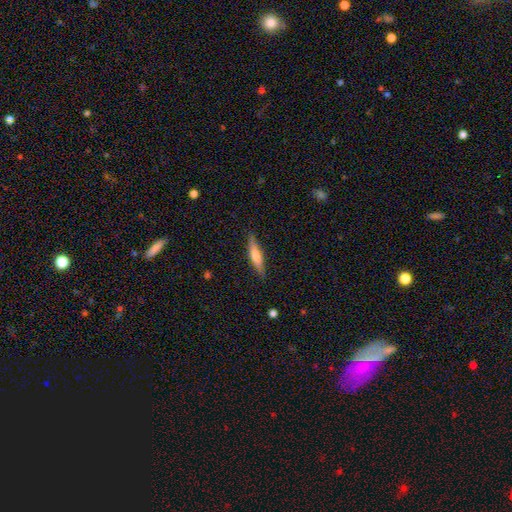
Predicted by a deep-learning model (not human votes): Smooth or featured? Predicted: smooth (p=0.49). Merging? Predicted: none (p=0.88).